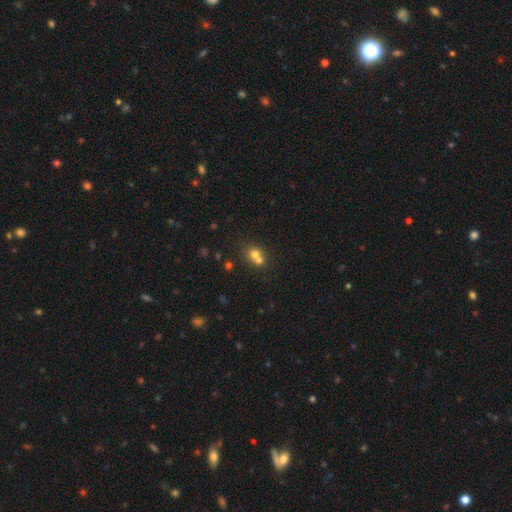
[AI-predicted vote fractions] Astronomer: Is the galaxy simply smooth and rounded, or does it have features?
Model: smooth — 69%.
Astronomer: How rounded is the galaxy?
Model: round — 76%.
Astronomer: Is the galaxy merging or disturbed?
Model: merger — 60%.